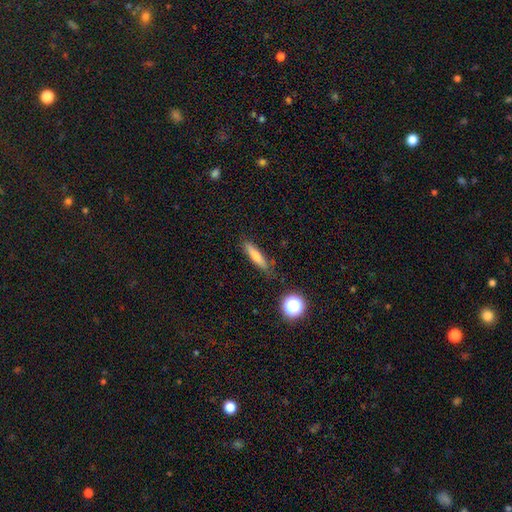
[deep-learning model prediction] This is likely a smooth galaxy (63%). How rounded: clearly cigar-shaped (83%). Merging: clearly none (84%).